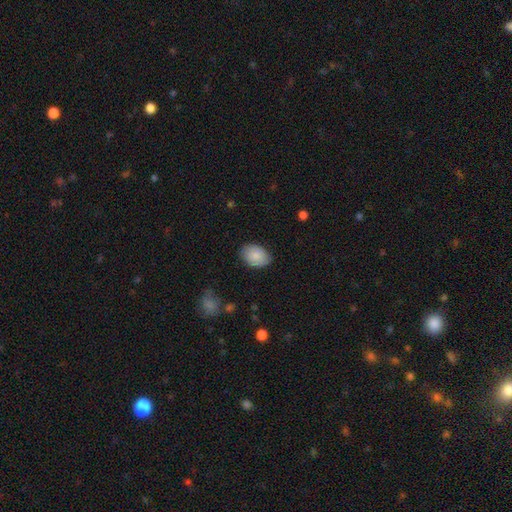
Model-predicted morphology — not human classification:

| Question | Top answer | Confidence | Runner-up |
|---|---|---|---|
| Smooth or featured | smooth | 84% | featured or disk (9%) |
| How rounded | in between | 80% | round (20%) |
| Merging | none | 81% | minor disturbance (15%) |